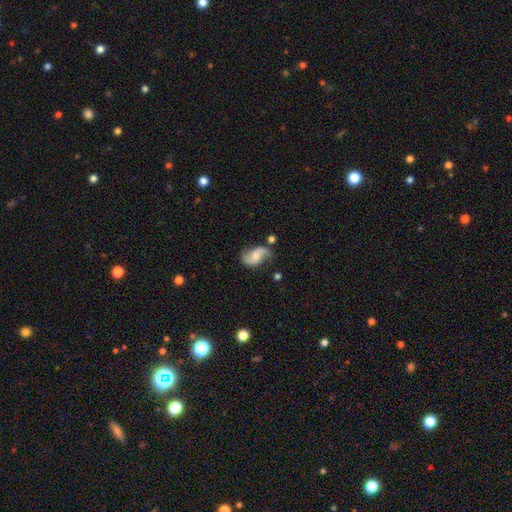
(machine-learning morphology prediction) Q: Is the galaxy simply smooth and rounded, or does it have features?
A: featured or disk — 69%.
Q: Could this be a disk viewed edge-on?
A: no — 97%.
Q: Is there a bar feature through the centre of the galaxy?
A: no — 58%.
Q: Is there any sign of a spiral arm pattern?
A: yes — 93%.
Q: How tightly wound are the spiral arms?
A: loose — 62%.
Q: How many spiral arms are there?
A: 2 — 88%.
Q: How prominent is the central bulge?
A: small — 35%, tied with moderate.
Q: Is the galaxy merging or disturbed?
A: none — 59%.